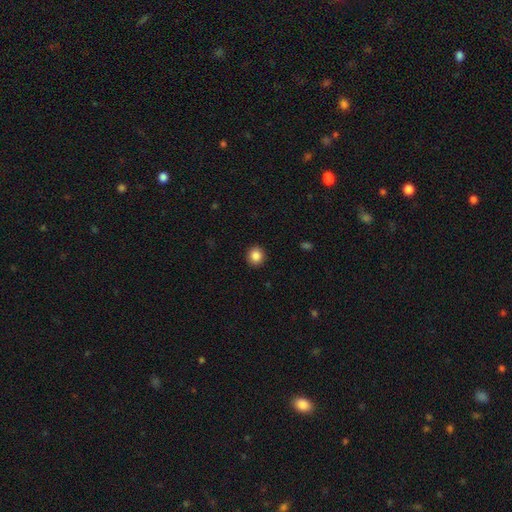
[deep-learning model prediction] Overall: smooth (87%). How rounded: round (86%). Merging: none (92%).